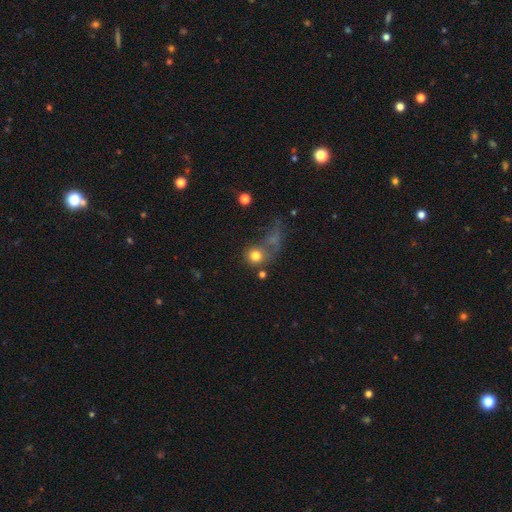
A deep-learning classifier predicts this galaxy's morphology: Q: Smooth or featured?
A: smooth (77%); runner-up: star or artifact (13%)
Q: How rounded?
A: round (85%); runner-up: in between (13%)
Q: Merging?
A: none (50%); runner-up: merger (23%)